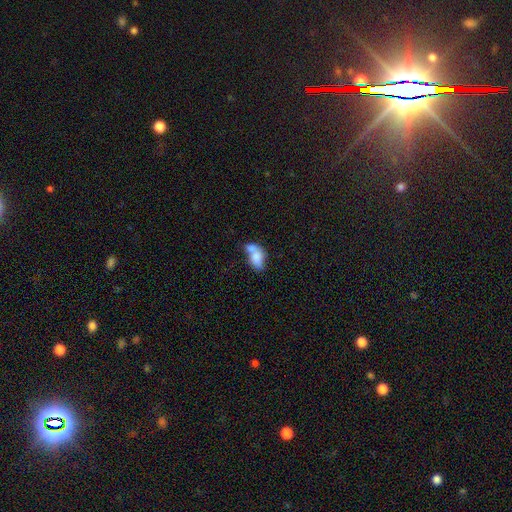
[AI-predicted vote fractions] smooth 70%, featured or disk 22%, star or artifact 8%. Down the decision tree: how rounded — in between (86%); merging — merger (60%).